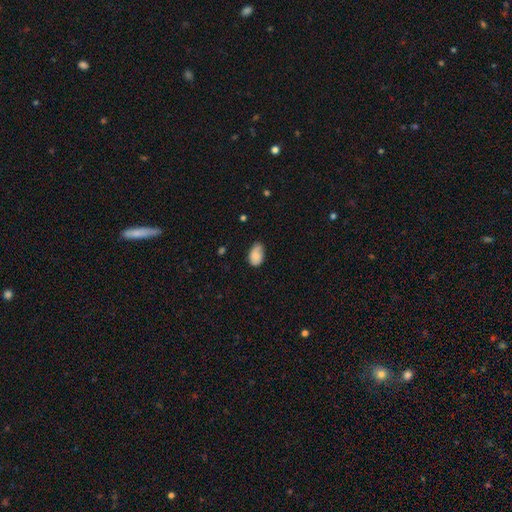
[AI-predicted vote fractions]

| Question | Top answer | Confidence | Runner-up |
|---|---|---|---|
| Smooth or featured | smooth | 81% | featured or disk (11%) |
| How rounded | in between | 89% | round (10%) |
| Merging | none | 54% | minor disturbance (37%) |